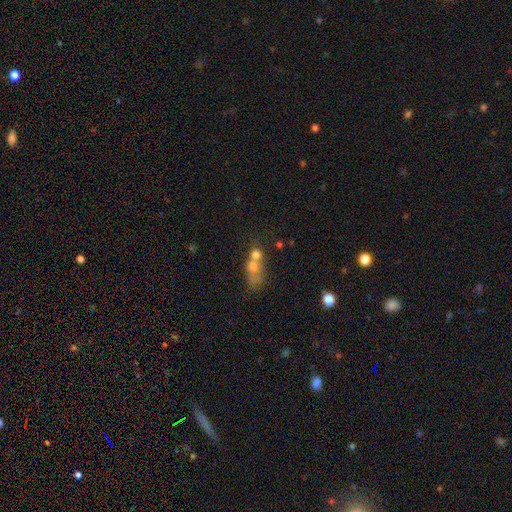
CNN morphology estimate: Smooth or featured? smooth (55%)
How rounded? in between (48%)
Merging? merger (53%)